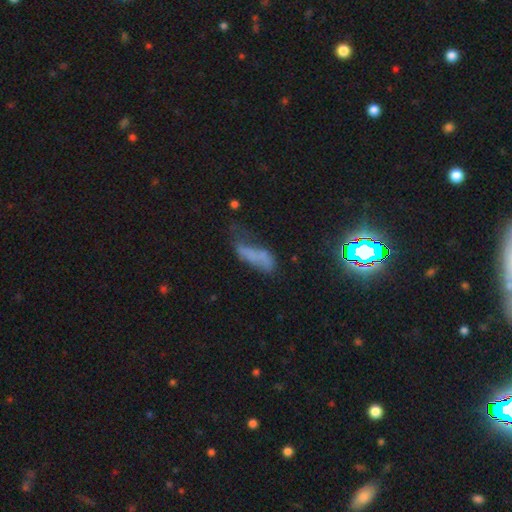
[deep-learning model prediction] Smooth or featured?
  - smooth: 47% *
  - featured or disk: 30%
  - star or artifact: 22%
Merging?
  - major disturbance: 34% *
  - none: 29%
  - minor disturbance: 27%
  - merger: 10%